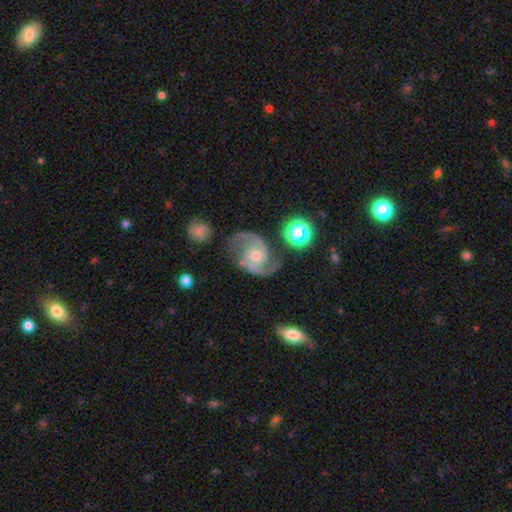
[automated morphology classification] A featured or disk galaxy (91%) with no bar (66%), 2 (93%) medium (60%) spiral arms (98%) and a moderate central bulge (47%, tied with small). Merging: none (73%).